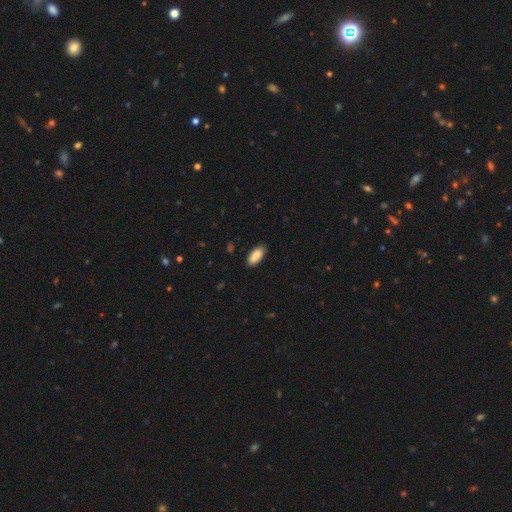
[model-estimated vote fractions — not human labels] Smooth or featured? smooth (90%)
How rounded? in between (88%)
Merging? none (87%)